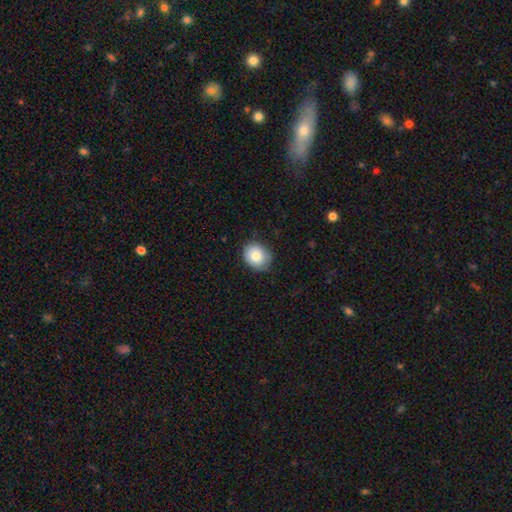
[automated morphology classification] A smooth galaxy with no disk features (82%) that is round (66%).

Vote fractions:
- Smooth or featured? smooth: 82% / featured or disk: 10% / star or artifact: 8%
- How rounded? round: 66% / in between: 33% / cigar-shaped: 1%
- Merging? none: 79% / minor disturbance: 17% / major disturbance: 3% / merger: 1%